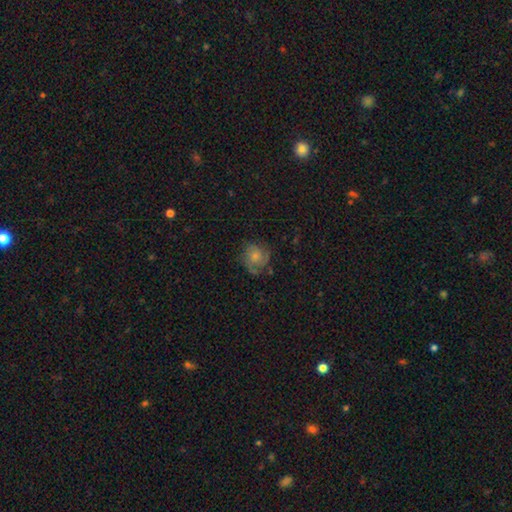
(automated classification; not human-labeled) Smooth or featured? Predicted: featured or disk (p=0.52). Edge-on disk? Predicted: no (p=0.97). Bar? Predicted: no (p=0.79). Spiral arms? Predicted: yes (p=0.86). Bulge size? Predicted: moderate (p=0.50). Merging? Predicted: none (p=0.73).